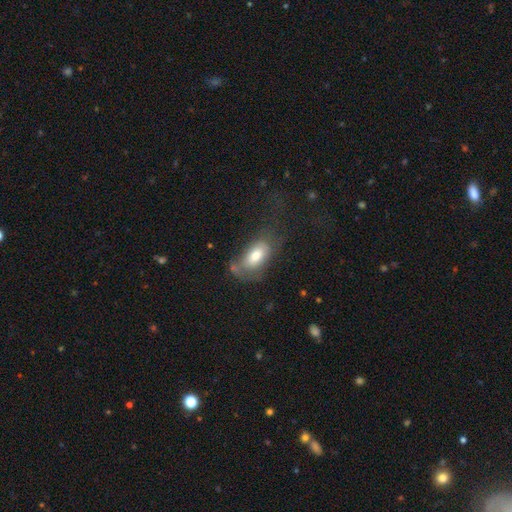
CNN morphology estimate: The model was most divided on "merging": none: 43%, minor disturbance: 26%, major disturbance: 24%, merger: 7%. More confident: how rounded — in between (91%); smooth or featured — smooth (73%).